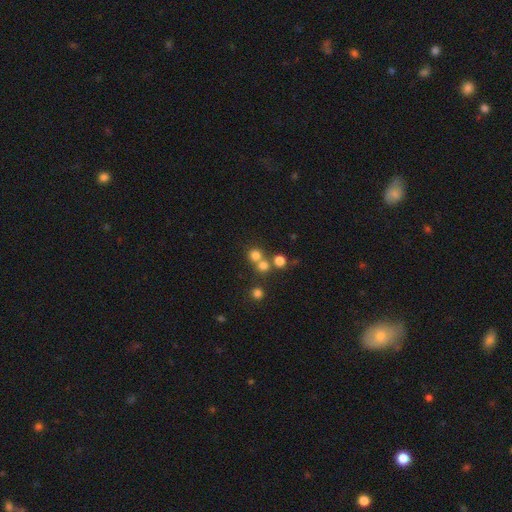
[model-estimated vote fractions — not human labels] Smooth or featured? smooth (72%)
How rounded? round (90%)
Merging? none (58%)